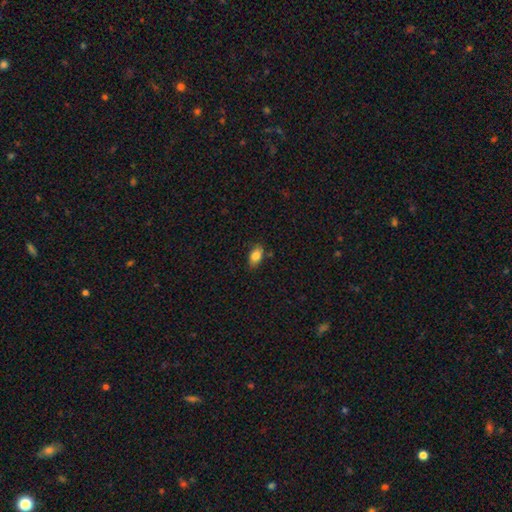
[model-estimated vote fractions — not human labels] A smooth galaxy with no disk features (84%) that is in between round and cigar-shaped (90%). Merging: none (78%).